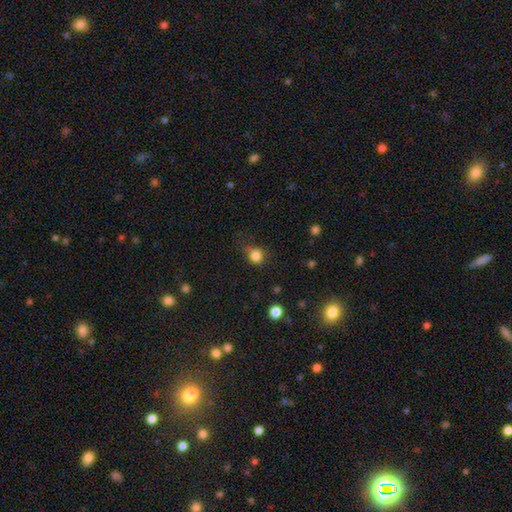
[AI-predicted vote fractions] A smooth galaxy with no disk features (83%) that is round (80%). Merging: none (60%).